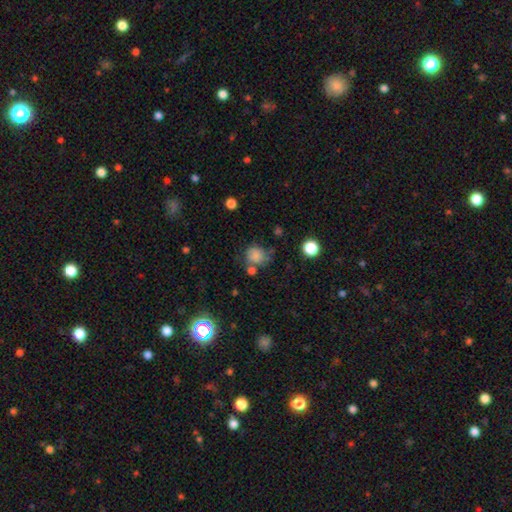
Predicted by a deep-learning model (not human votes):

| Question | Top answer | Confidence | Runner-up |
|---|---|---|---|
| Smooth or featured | smooth | 80% | star or artifact (12%) |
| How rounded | round | 77% | in between (23%) |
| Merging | none | 54% | minor disturbance (21%) |